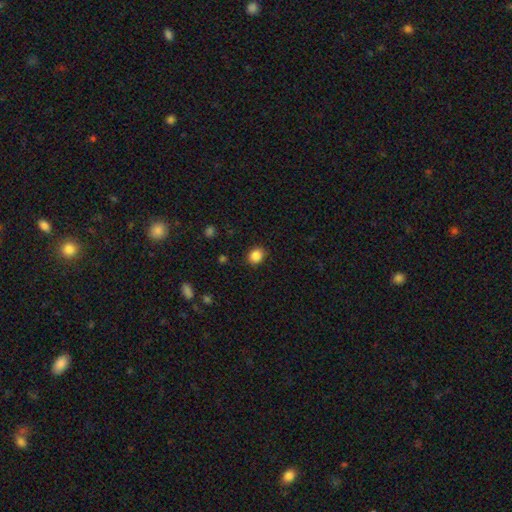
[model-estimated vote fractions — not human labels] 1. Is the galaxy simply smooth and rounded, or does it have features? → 86% smooth, 10% star or artifact, 4% featured or disk.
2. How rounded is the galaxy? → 64% round, 35% in between, 1% cigar-shaped.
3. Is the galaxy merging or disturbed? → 88% none, 9% minor disturbance, 2% major disturbance, 1% merger.